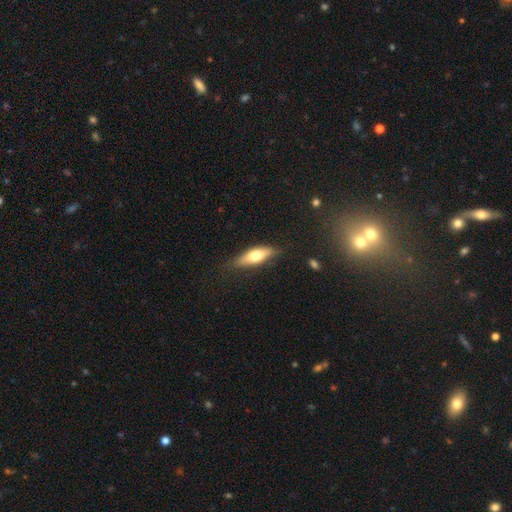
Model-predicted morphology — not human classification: This is likely a smooth galaxy (63%). How rounded: possibly in between (57%). Merging: likely none (79%).